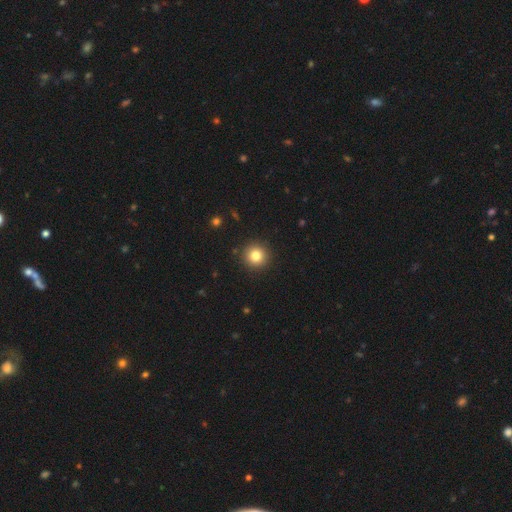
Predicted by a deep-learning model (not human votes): smooth-or-featured: smooth: 82% | star or artifact: 11% | featured or disk: 7%
  how-rounded: round: 95% | in between: 5% | cigar-shaped: 1%
  merging: none: 91% | minor disturbance: 5% | major disturbance: 2% | merger: 1%